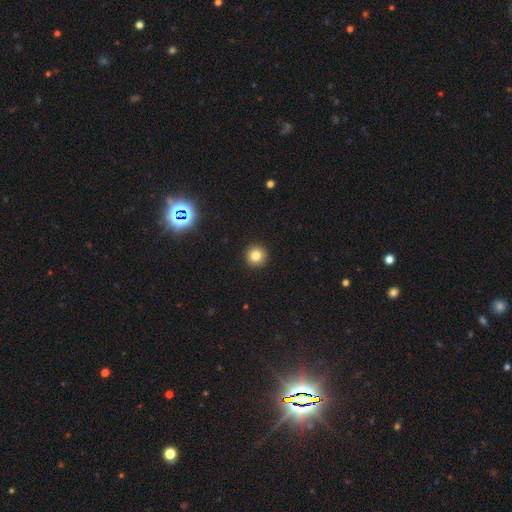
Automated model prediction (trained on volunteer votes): The model was most divided on "smooth or featured": smooth: 81%, star or artifact: 12%, featured or disk: 7%. More confident: how rounded — round (95%); merging — none (93%).